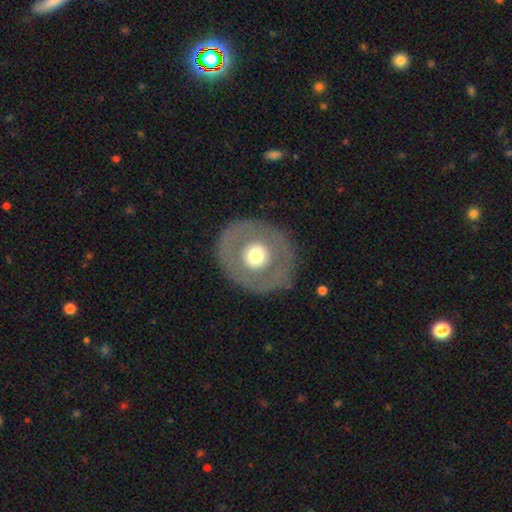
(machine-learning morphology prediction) Smooth or featured? smooth (47%)
Merging? none (84%)